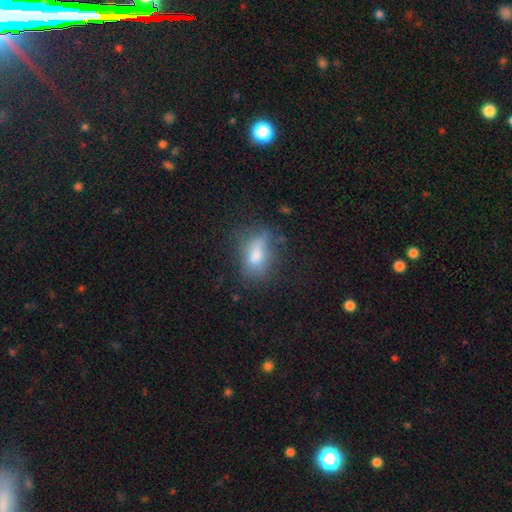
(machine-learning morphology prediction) smooth-or-featured: smooth: 68% | featured or disk: 22% | star or artifact: 10%
  how-rounded: in between: 83% | round: 11% | cigar-shaped: 6%
  merging: none: 53% | minor disturbance: 27% | major disturbance: 16% | merger: 4%